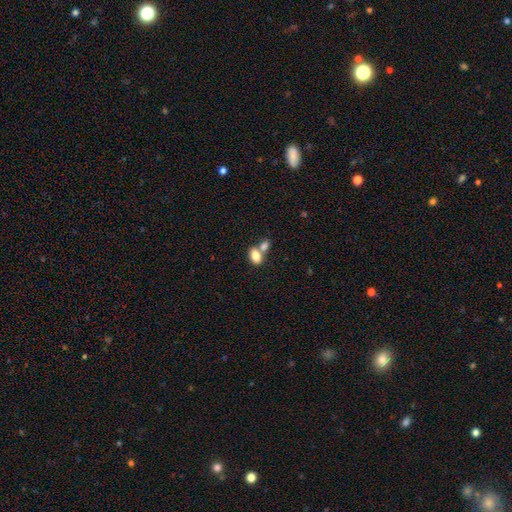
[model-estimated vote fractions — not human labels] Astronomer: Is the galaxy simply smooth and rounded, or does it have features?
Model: smooth — 82%.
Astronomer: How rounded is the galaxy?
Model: in between — 87%.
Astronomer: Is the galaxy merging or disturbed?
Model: merger — 53% (runner-up: none, 35%).